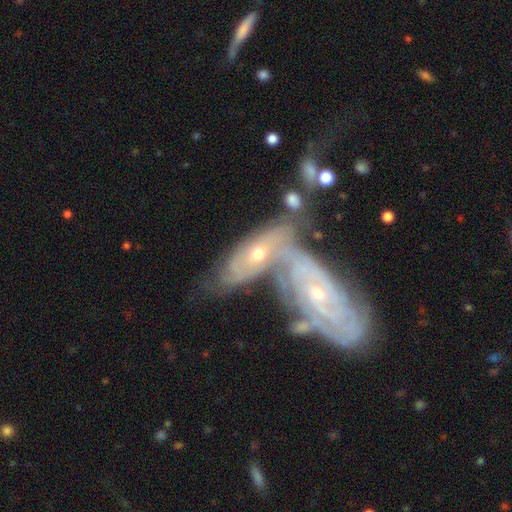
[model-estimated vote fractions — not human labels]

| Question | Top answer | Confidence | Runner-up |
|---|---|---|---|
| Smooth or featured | featured or disk | 78% | smooth (15%) |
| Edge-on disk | no | 87% | yes (13%) |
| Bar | no | 74% | weak (20%) |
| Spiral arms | yes | 88% | no (12%) |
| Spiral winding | tight | 67% | medium (25%) |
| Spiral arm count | can't tell | 51% | 2 (20%) |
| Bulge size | small | 59% | moderate (37%) |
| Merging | merger | 61% | none (22%) |